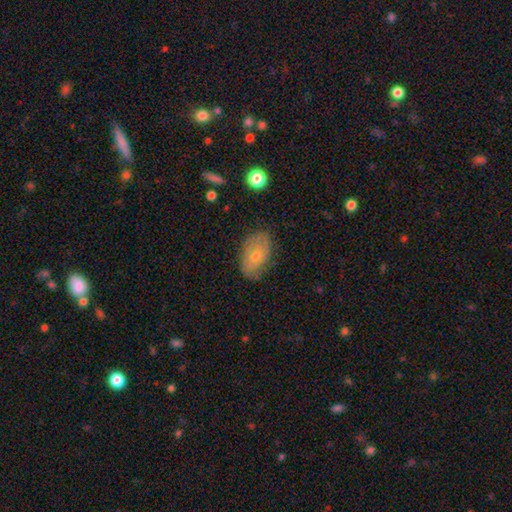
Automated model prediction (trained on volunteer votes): Q: Smooth or featured?
A: smooth (46%); runner-up: featured or disk (45%)
Q: Merging?
A: none (78%); runner-up: minor disturbance (17%)